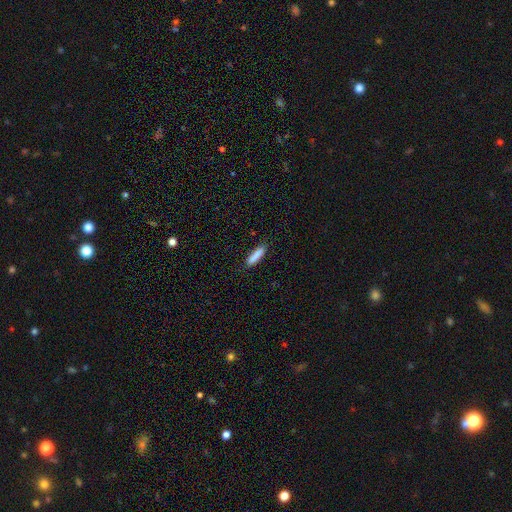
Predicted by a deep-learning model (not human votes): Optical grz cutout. It shows a smooth galaxy with no disk features (87%) that is cigar-shaped (80%). Merging: none (86%).